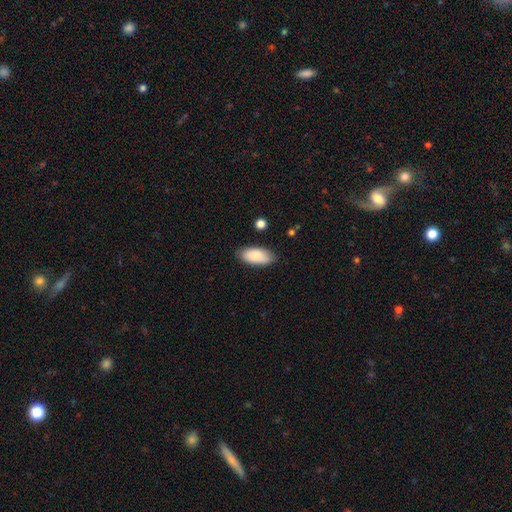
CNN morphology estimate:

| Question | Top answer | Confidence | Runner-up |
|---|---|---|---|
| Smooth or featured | smooth | 83% | featured or disk (11%) |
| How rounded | in between | 91% | cigar-shaped (7%) |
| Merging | none | 84% | minor disturbance (12%) |